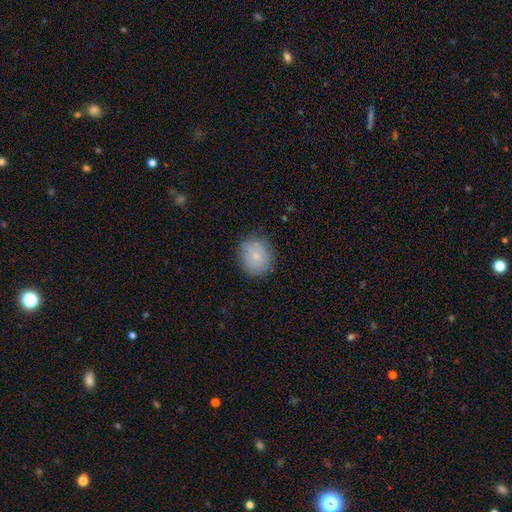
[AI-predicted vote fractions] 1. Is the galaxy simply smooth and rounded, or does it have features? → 78% smooth, 13% featured or disk, 9% star or artifact.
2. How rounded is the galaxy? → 73% round, 26% in between, 1% cigar-shaped.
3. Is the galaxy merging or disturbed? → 81% none, 14% minor disturbance, 3% major disturbance, 1% merger.